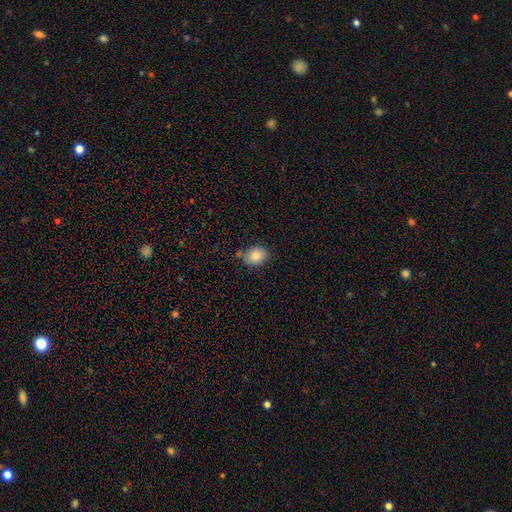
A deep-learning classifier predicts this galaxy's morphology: This is clearly a smooth galaxy (86%). How rounded: possibly in between (56%). Merging: likely none (70%).